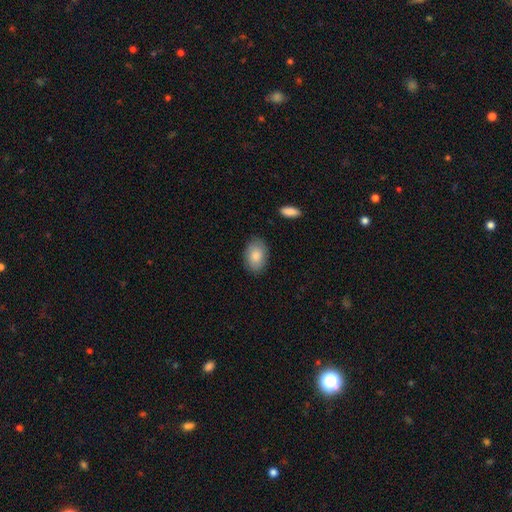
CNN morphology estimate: A smooth galaxy with no disk features (85%) that is in between round and cigar-shaped (87%).

Vote fractions:
- Smooth or featured? smooth: 85% / featured or disk: 9% / star or artifact: 6%
- How rounded? in between: 87% / round: 11% / cigar-shaped: 1%
- Merging? none: 85% / minor disturbance: 11% / major disturbance: 3% / merger: 1%